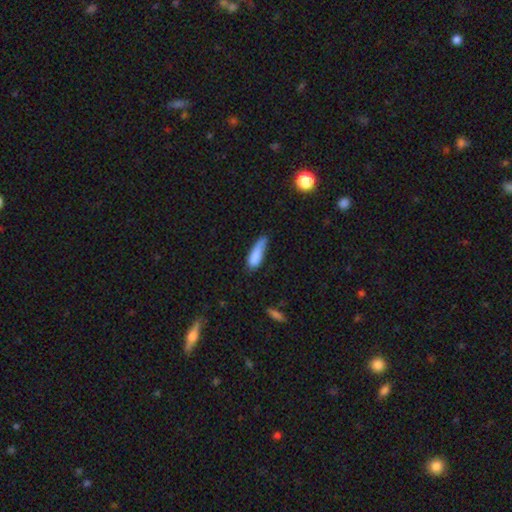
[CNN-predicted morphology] Smooth or featured: smooth — 82% (featured or disk — 11%)
How rounded: cigar-shaped — 55% (in between — 42%)
Merging: minor disturbance — 41% (none — 39%)